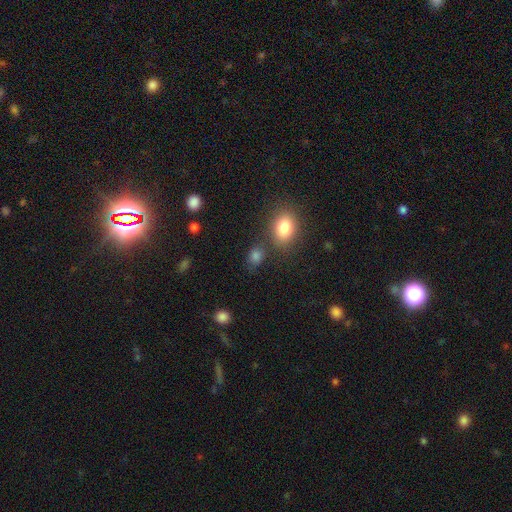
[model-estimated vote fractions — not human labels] Overall: smooth (79%). How rounded: in between (61%; round 37%). Merging: none (69%).